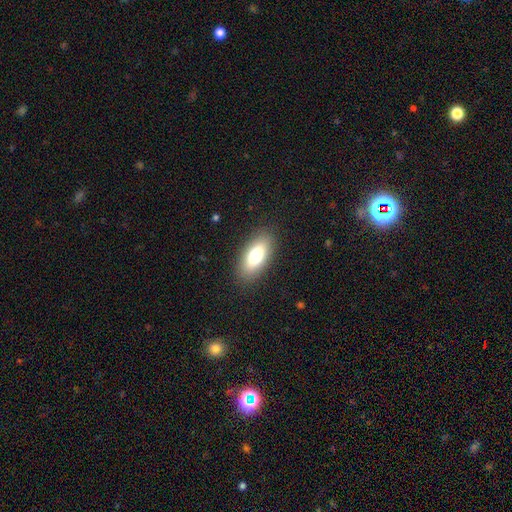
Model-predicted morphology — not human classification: This is likely a smooth galaxy (77%). How rounded: clearly in between (85%). Merging: clearly none (88%).